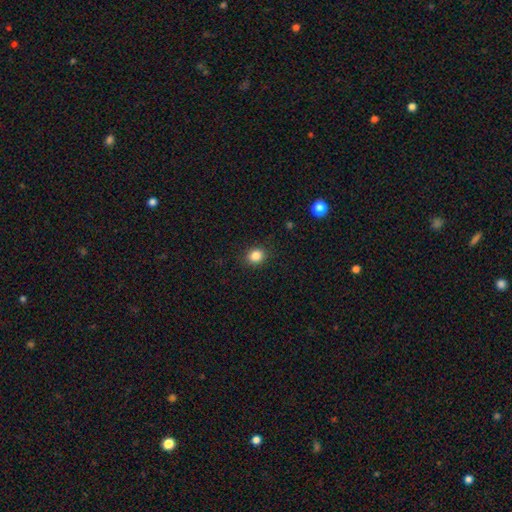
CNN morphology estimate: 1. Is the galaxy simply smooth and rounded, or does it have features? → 84% smooth, 11% star or artifact, 5% featured or disk.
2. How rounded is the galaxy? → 71% round, 28% in between, 1% cigar-shaped.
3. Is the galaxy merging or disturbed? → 90% none, 7% minor disturbance, 2% major disturbance, 1% merger.